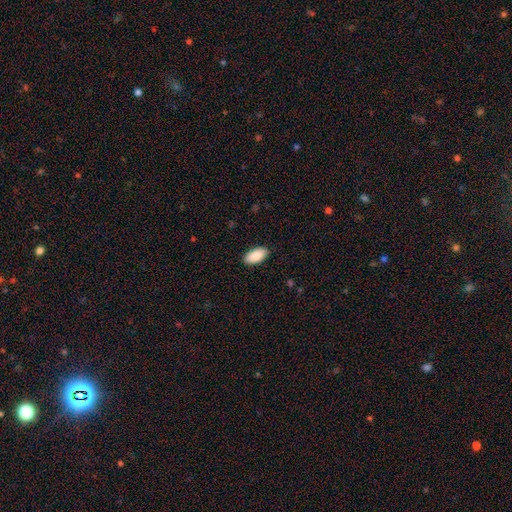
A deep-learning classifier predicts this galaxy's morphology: smooth_or_featured: smooth (p=0.89) [alt: star or artifact p=0.06]
how_rounded: in between (p=0.94) [alt: cigar-shaped p=0.04]
merging: none (p=0.89) [alt: minor disturbance p=0.08]